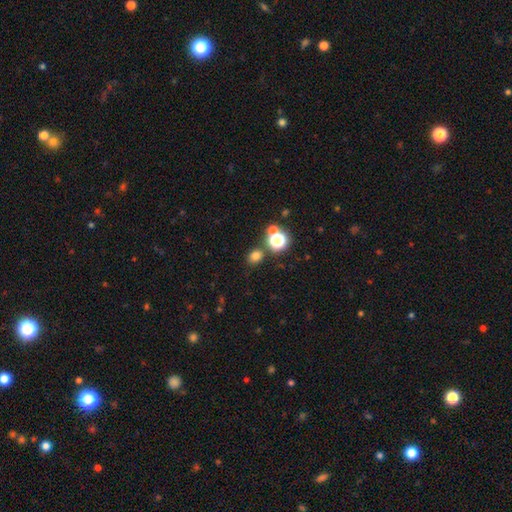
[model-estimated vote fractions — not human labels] smooth_or_featured: smooth (p=0.73) [alt: star or artifact p=0.21]
how_rounded: round (p=0.69) [alt: in between p=0.30]
merging: none (p=0.79) [alt: merger p=0.09]